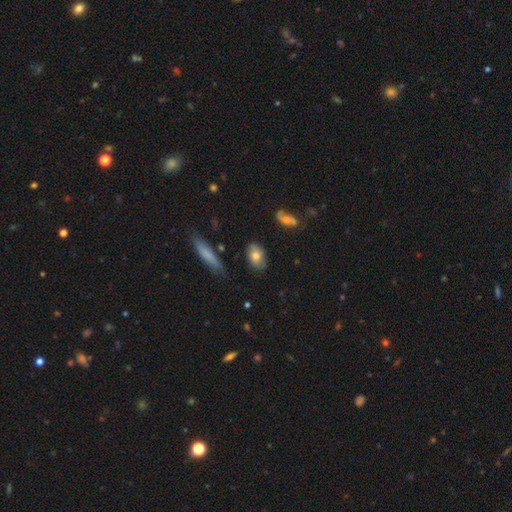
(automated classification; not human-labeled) smooth 77%, featured or disk 15%, star or artifact 8%. Down the decision tree: how rounded — in between (87%); merging — none (81%).